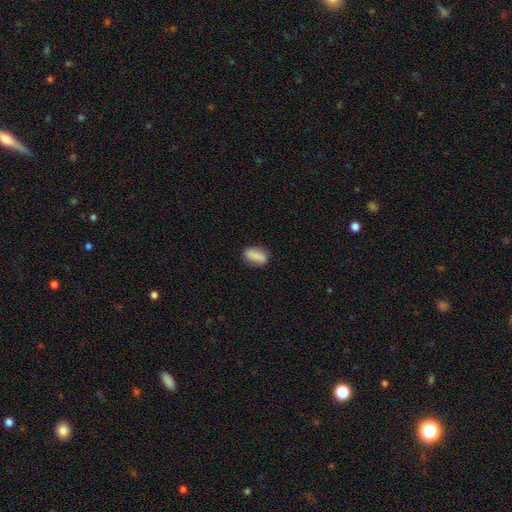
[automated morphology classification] This appears to be a smooth galaxy with no disk features (83%) that is in between round and cigar-shaped (82%). Merging: none (80%).